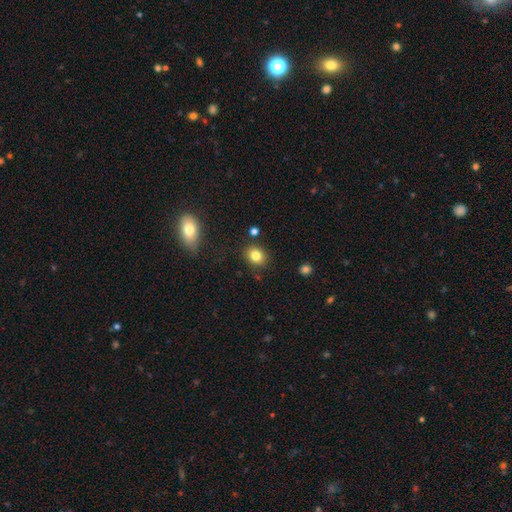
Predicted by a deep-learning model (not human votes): The model was most divided on "how rounded": round: 55%, in between: 44%, cigar-shaped: 1%. More confident: merging — none (85%); smooth or featured — smooth (82%).